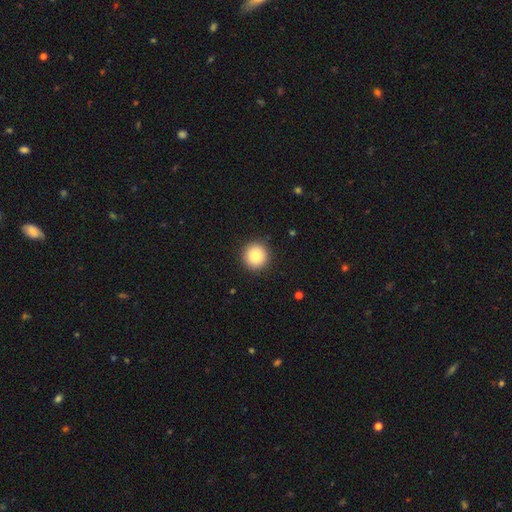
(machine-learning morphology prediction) A smooth galaxy with no disk features (85%) that is round (95%). Merging: none (92%).